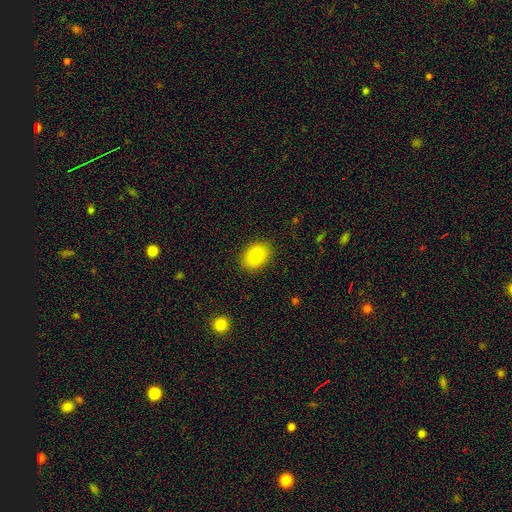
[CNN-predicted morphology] The model was most divided on "how rounded": in between: 73%, round: 26%, cigar-shaped: 1%. More confident: merging — none (89%); smooth or featured — smooth (82%).